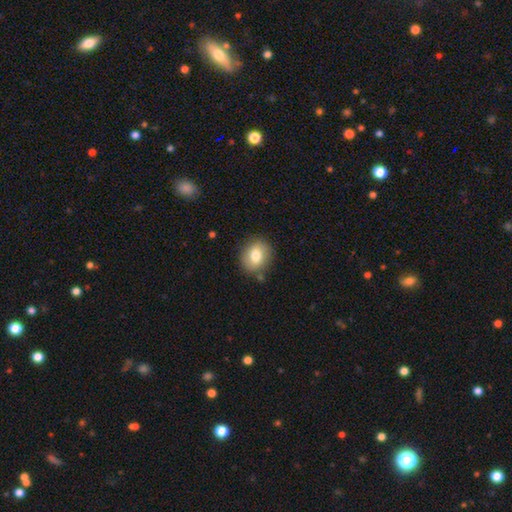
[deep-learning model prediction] The model was most divided on "how rounded": round: 64%, in between: 35%, cigar-shaped: 1%. More confident: merging — none (83%); smooth or featured — smooth (78%).